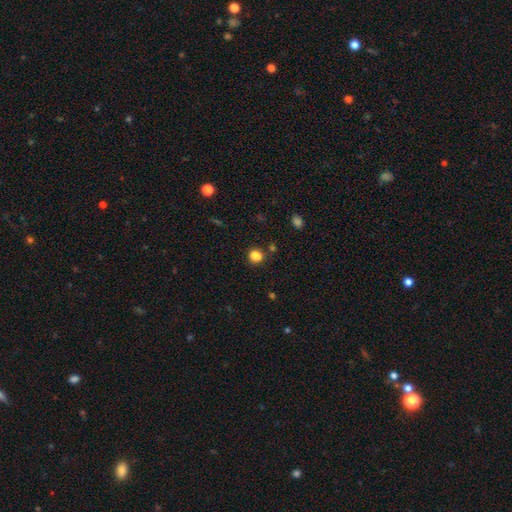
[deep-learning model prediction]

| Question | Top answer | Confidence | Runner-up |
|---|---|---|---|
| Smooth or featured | smooth | 83% | star or artifact (13%) |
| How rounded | round | 71% | in between (28%) |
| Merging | none | 75% | minor disturbance (13%) |